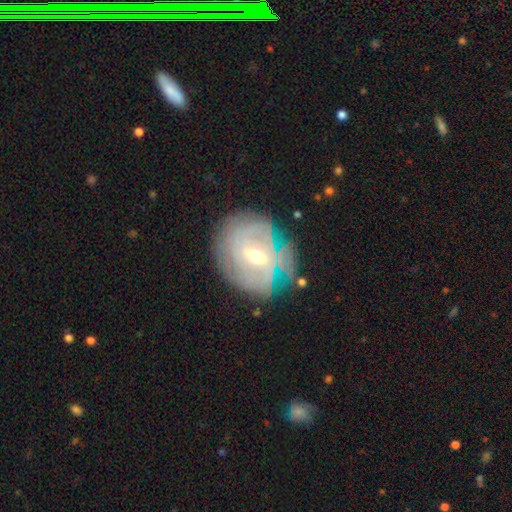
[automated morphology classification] The model was most divided on "bar": weak: 48%, no: 33%, strong: 19%. More confident: edge-on disk — no (95%); smooth or featured — featured or disk (72%); bulge size — moderate (71%); spiral arms — yes (69%); merging — none (64%).